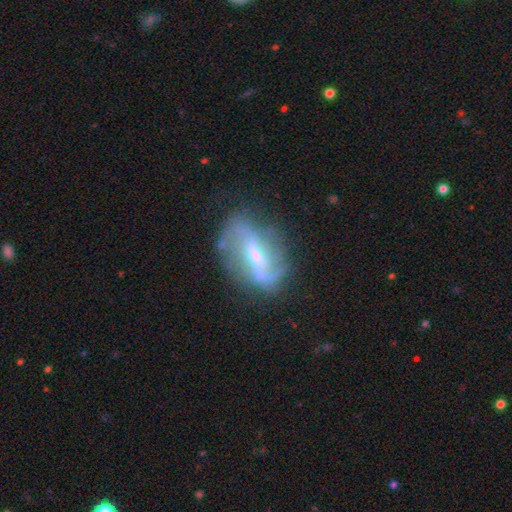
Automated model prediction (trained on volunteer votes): Smooth or featured? Predicted: featured or disk (p=0.78). Edge-on disk? Predicted: no (p=0.91). Bar? Predicted: strong (p=0.42). Spiral arms? Predicted: yes (p=0.78). Spiral winding? Predicted: loose (p=0.51). Spiral arm count? Predicted: 2 (p=0.73). Bulge size? Predicted: small (p=0.48). Merging? Predicted: none (p=0.67).